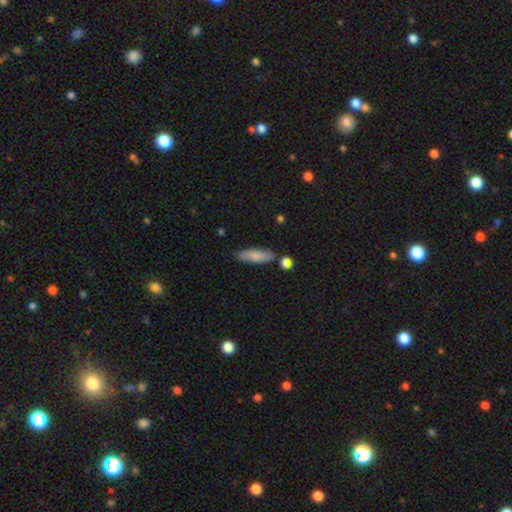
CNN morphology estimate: Overall: smooth (81%). How rounded: cigar-shaped (55%; in between 43%). Merging: none (80%).